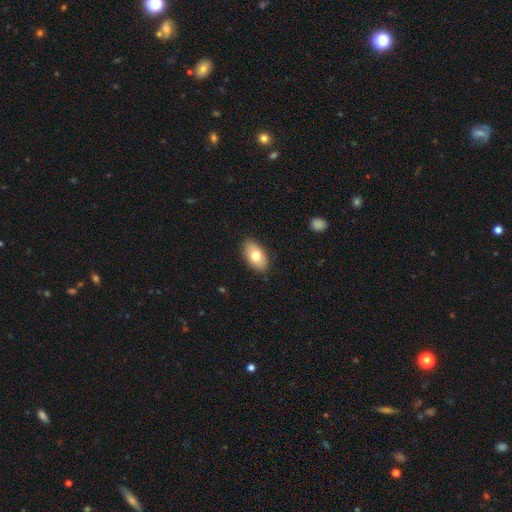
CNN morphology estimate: Smooth or featured? Predicted: smooth (p=0.74). How rounded? Predicted: in between (p=0.91). Merging? Predicted: none (p=0.86).